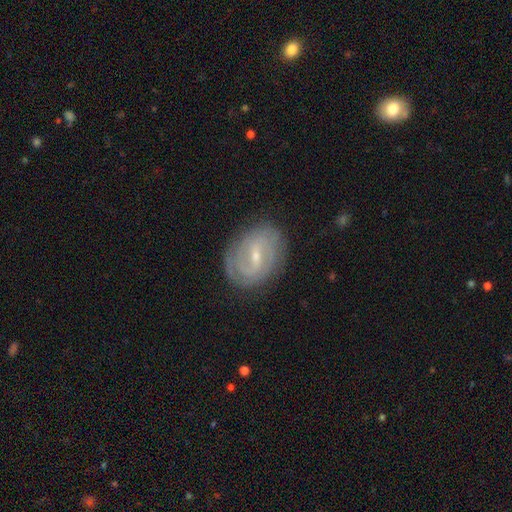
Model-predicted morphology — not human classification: smooth_or_featured: featured or disk (p=0.78) [alt: smooth p=0.15]
disk_edge_on: no (p=0.96) [alt: yes p=0.04]
bar: weak (p=0.52) [alt: strong p=0.34]
has_spiral_arms: yes (p=0.87) [alt: no p=0.13]
spiral_winding: tight (p=0.52) [alt: medium p=0.35]
spiral_arm_count: 2 (p=0.61) [alt: can't tell p=0.24]
bulge_size: small (p=0.67) [alt: moderate p=0.29]
merging: none (p=0.80) [alt: minor disturbance p=0.14]